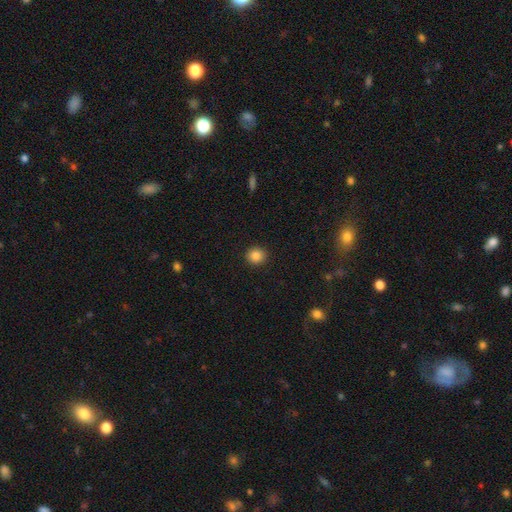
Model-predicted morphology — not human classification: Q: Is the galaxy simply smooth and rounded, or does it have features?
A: smooth — 86%.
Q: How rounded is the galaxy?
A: round — 88%.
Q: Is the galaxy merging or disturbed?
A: none — 92%.